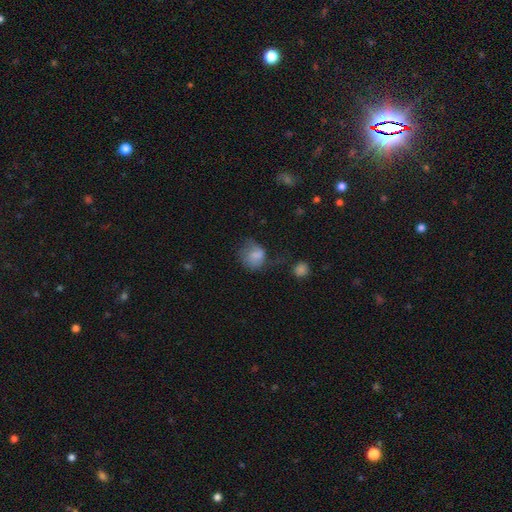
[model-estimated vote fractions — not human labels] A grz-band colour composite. It shows a smooth galaxy with no disk features (69%) that is round (58%). Merging: none (38%).